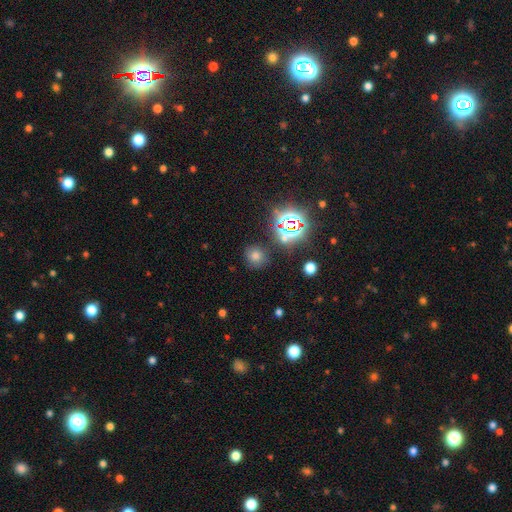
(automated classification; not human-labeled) Overall: smooth (56%; star or artifact 35%). How rounded: round (81%). Merging: none (83%).